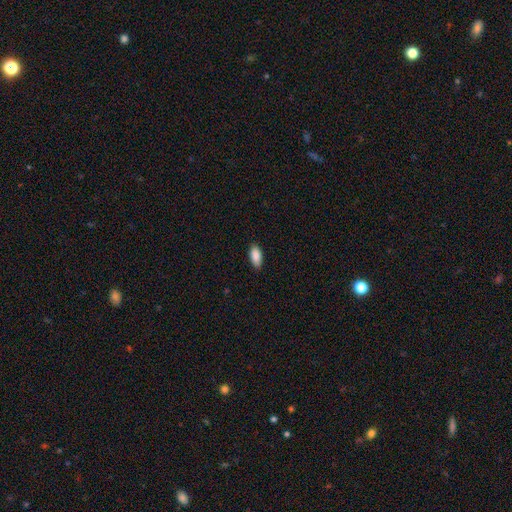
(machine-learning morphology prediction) smooth 89%, star or artifact 7%, featured or disk 5%. Down the decision tree: how rounded — in between (90%); merging — none (85%).